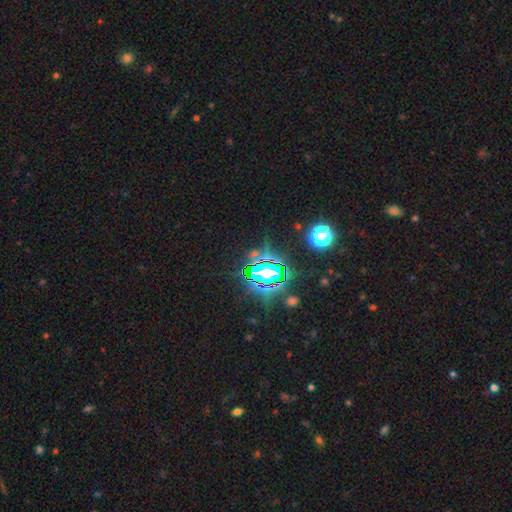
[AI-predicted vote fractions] Smooth or featured?
  - star or artifact: 77% *
  - smooth: 14%
  - featured or disk: 10%